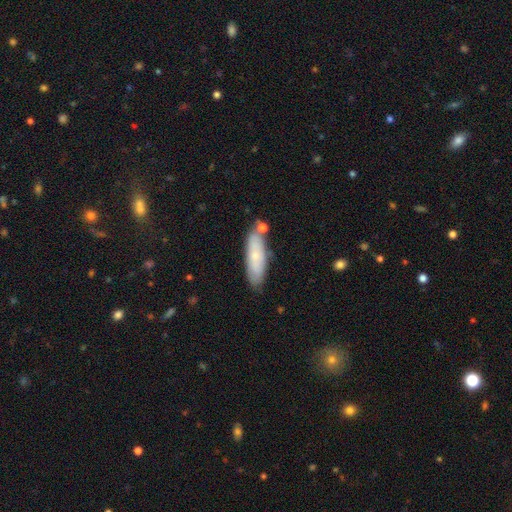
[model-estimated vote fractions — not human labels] smooth 67%, featured or disk 27%, star or artifact 6%. Down the decision tree: how rounded — cigar-shaped (53%); merging — none (74%).